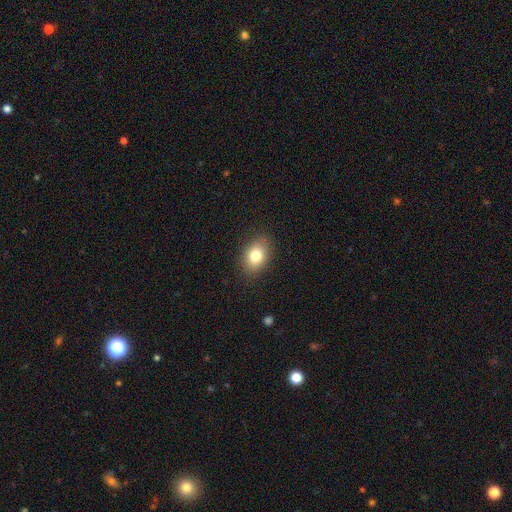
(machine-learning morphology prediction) Smooth or featured: smooth — 80% (featured or disk — 10%)
How rounded: in between — 76% (round — 23%)
Merging: none — 87% (minor disturbance — 9%)